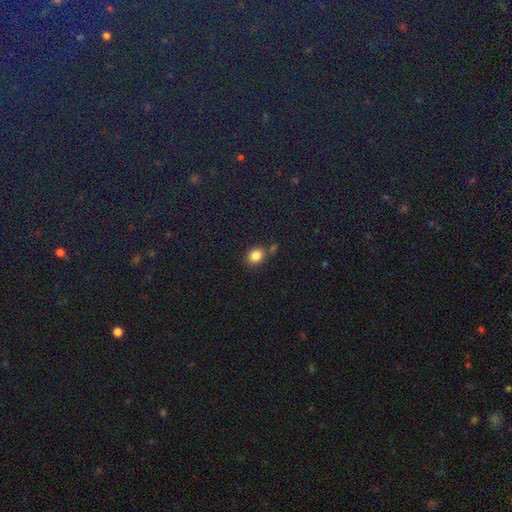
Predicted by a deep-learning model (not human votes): Smooth or featured? smooth (84%)
How rounded? round (60%)
Merging? none (71%)